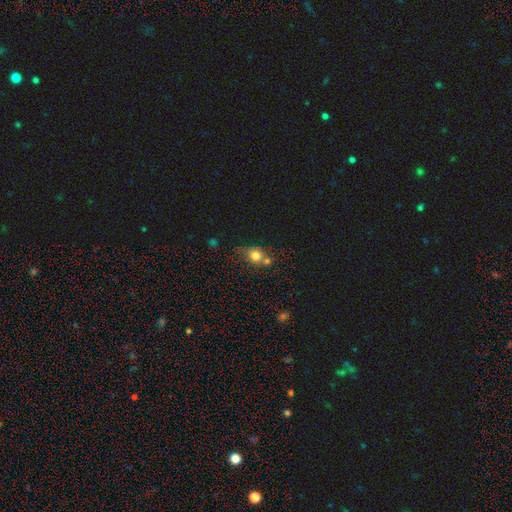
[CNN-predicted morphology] Q: Smooth or featured?
A: smooth (76%); runner-up: star or artifact (13%)
Q: How rounded?
A: round (74%); runner-up: in between (25%)
Q: Merging?
A: none (50%); runner-up: merger (27%)